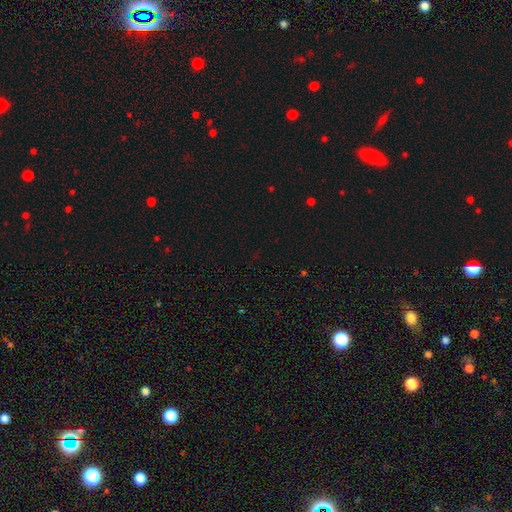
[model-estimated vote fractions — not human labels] Smooth or featured? star or artifact (71%)